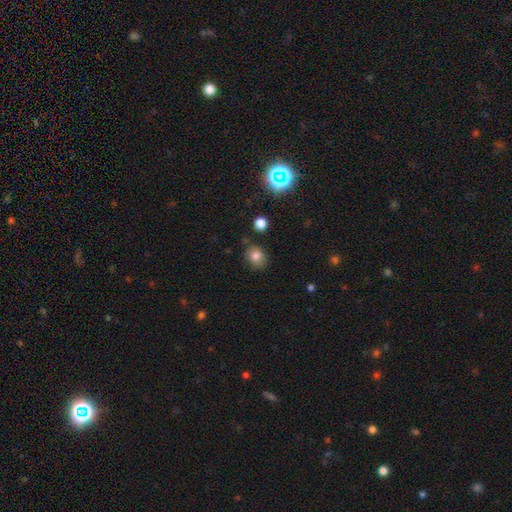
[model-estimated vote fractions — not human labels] Smooth or featured: smooth — 78% (star or artifact — 13%)
How rounded: round — 57% (in between — 42%)
Merging: none — 77% (minor disturbance — 15%)